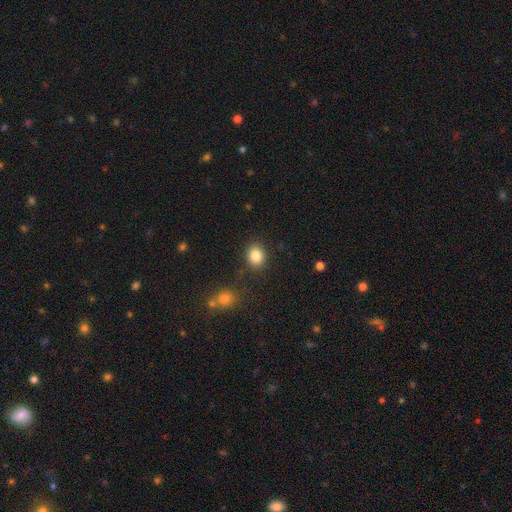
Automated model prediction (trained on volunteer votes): smooth 85%, star or artifact 10%, featured or disk 5%. Down the decision tree: how rounded — round (55%); merging — none (85%).